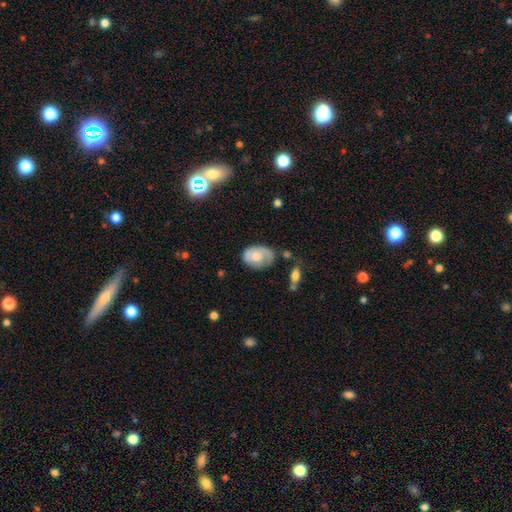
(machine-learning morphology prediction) Smooth or featured: smooth — 51% (featured or disk — 41%)
How rounded: in between — 79% (round — 20%)
Merging: none — 54% (minor disturbance — 30%)